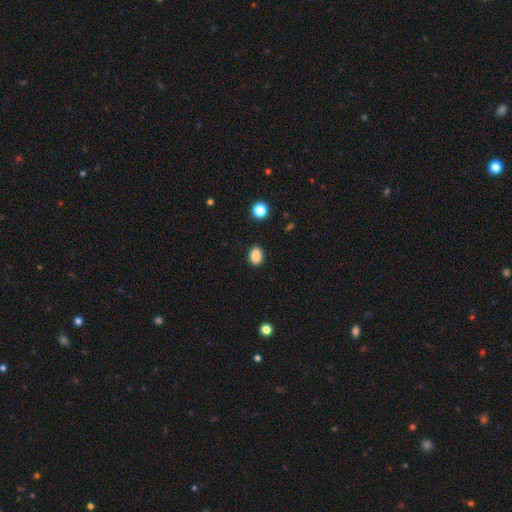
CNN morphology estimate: smooth-or-featured: smooth: 87% | star or artifact: 9% | featured or disk: 3%
  how-rounded: in between: 75% | round: 24% | cigar-shaped: 1%
  merging: none: 89% | minor disturbance: 8% | major disturbance: 2% | merger: 1%